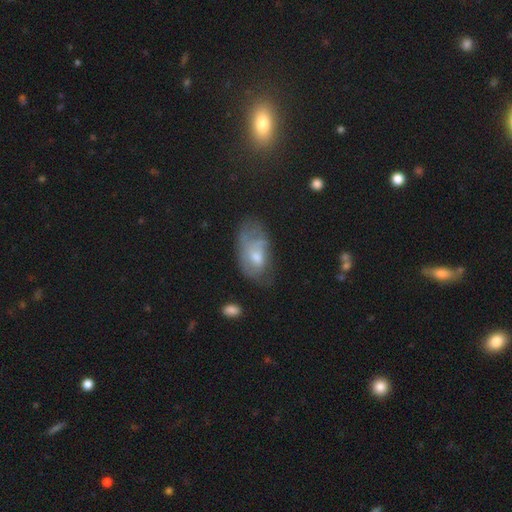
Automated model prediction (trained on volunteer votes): Smooth or featured? smooth (48%)
Merging? none (37%)